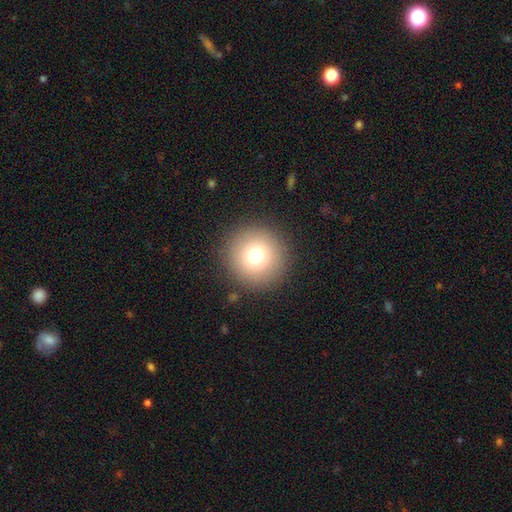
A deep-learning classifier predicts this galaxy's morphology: This is likely a smooth galaxy (77%). How rounded: clearly round (96%). Merging: clearly none (91%).